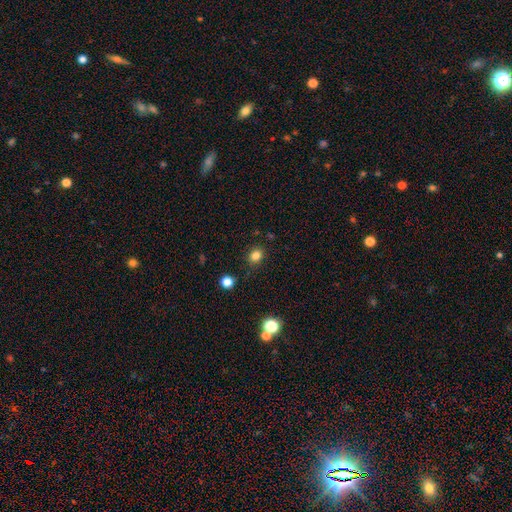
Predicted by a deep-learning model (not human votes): A smooth galaxy with no disk features (82%) that is round (65%). Merging: none (83%).